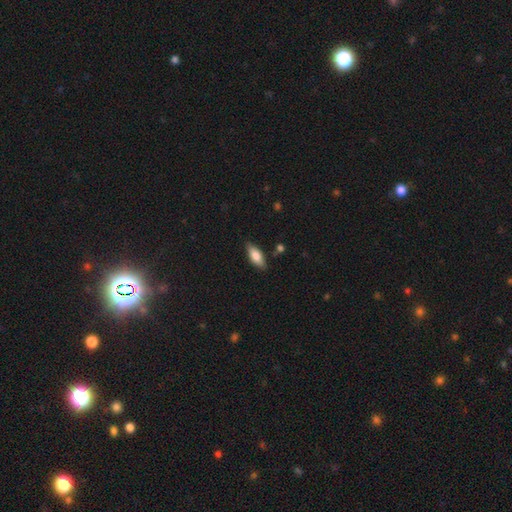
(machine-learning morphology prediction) This is likely a smooth galaxy (79%). How rounded: likely in between (78%). Merging: clearly none (83%).